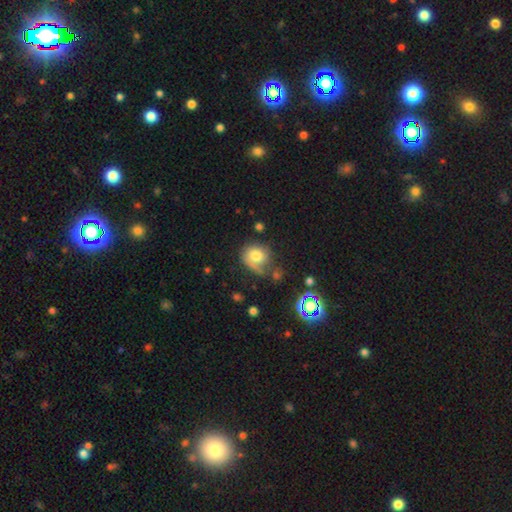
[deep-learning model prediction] A smooth galaxy with no disk features (68%) that is round (73%). Merging: none (47%).